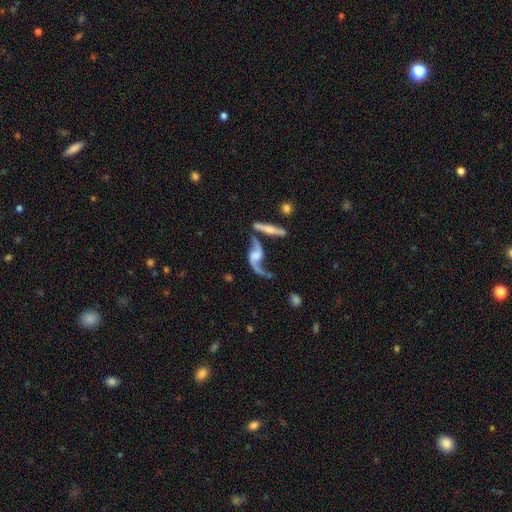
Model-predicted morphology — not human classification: Overall: featured or disk (86%). Edge-on disk: no (88%). Bar: no (51%; weak 37%). Spiral arms: yes (94%). Spiral arm count: 2 (91%). Spiral winding: loose (88%). Bulge size: none (30%; moderate 29%). Merging: none (53%; minor disturbance 17%).